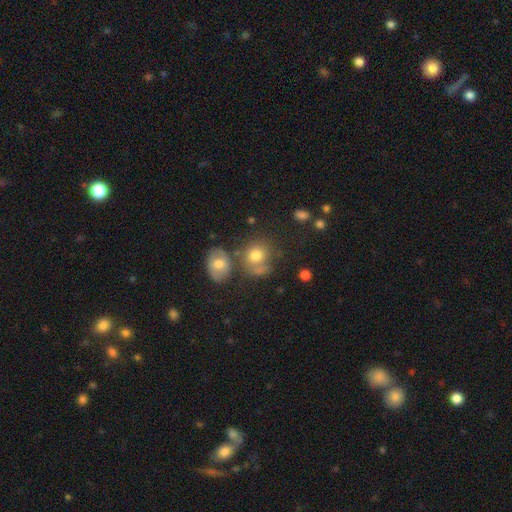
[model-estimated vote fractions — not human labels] Morphology: type=smooth (72%); roundness=round (68%); merging=none (50%).